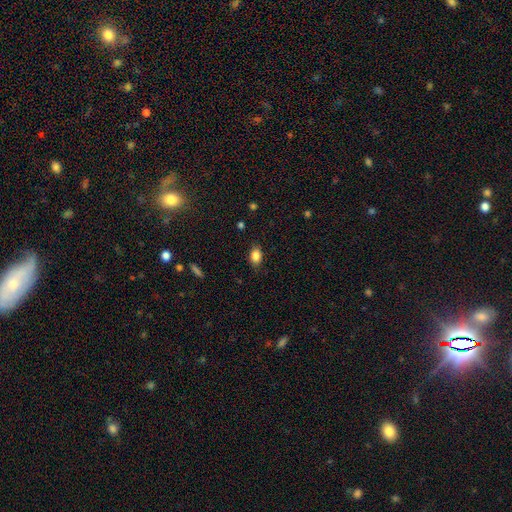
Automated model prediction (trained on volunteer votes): Smooth or featured?
  - smooth: 86% *
  - star or artifact: 9%
  - featured or disk: 5%
How rounded?
  - in between: 80% *
  - round: 18%
  - cigar-shaped: 2%
Merging?
  - none: 82% *
  - minor disturbance: 14%
  - major disturbance: 3%
  - merger: 1%